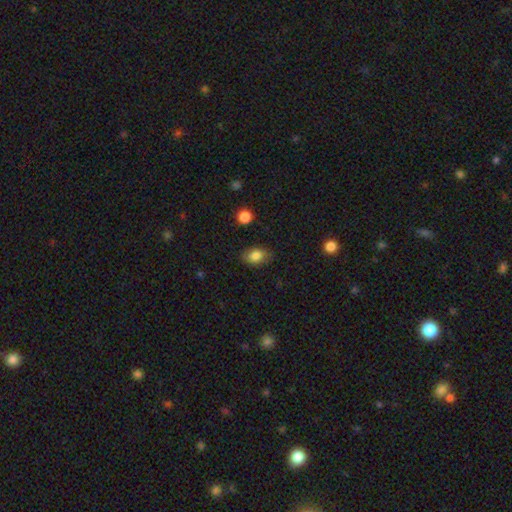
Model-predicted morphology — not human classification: This is clearly a smooth galaxy (82%). How rounded: clearly in between (80%). Merging: likely none (79%).